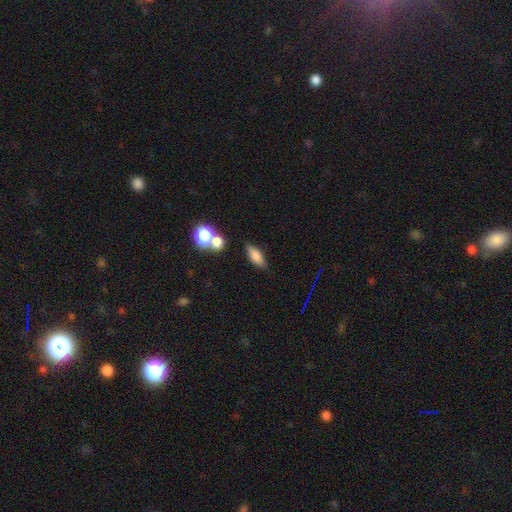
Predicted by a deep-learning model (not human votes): This appears to be a smooth galaxy with no disk features (77%) that is in between round and cigar-shaped (68%). Merging: none (77%).